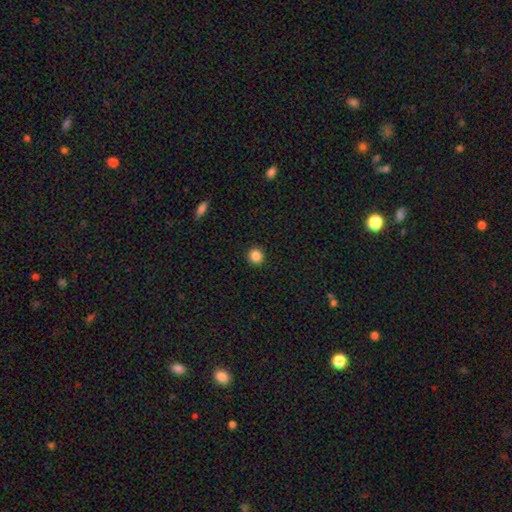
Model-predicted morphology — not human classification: Smooth or featured? smooth (86%)
How rounded? round (93%)
Merging? none (92%)